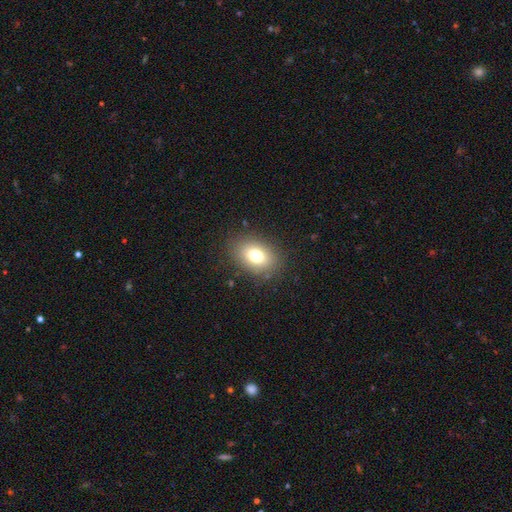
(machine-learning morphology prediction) Smooth or featured? smooth (75%)
How rounded? in between (74%)
Merging? none (85%)